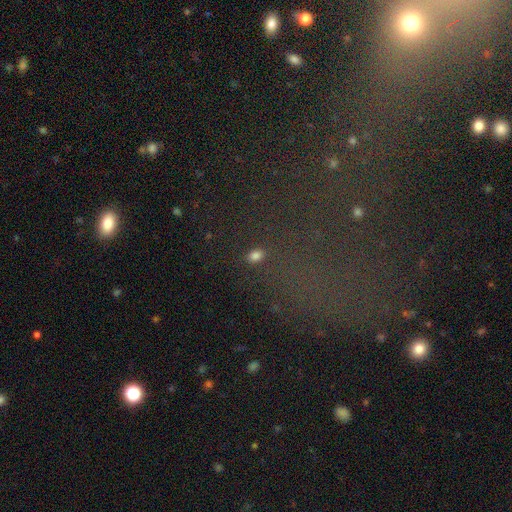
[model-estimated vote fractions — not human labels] Morphology: type=smooth (75%); roundness=in between (84%); merging=none (85%).